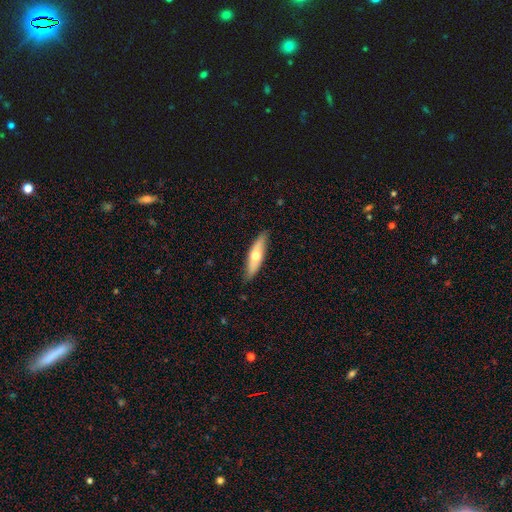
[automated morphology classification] A smooth galaxy with no disk features (56%) that is cigar-shaped (58%).

Vote fractions:
- Smooth or featured? smooth: 56% / featured or disk: 39% / star or artifact: 5%
- How rounded? cigar-shaped: 58% / in between: 40% / round: 2%
- Merging? none: 85% / minor disturbance: 12% / major disturbance: 2% / merger: 1%